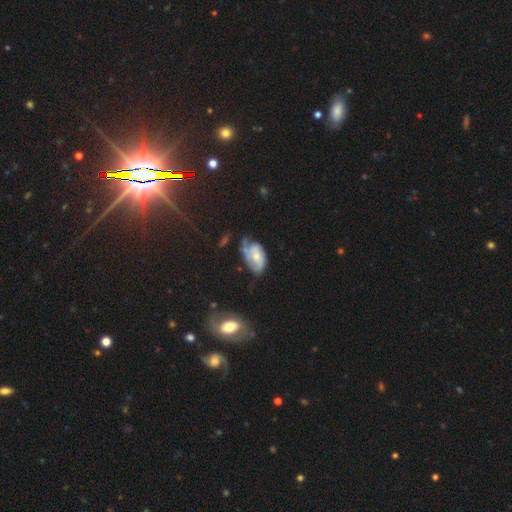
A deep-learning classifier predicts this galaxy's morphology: smooth_or_featured: featured or disk (p=0.59) [alt: smooth p=0.34]
disk_edge_on: no (p=0.96) [alt: yes p=0.04]
bar: no (p=0.68) [alt: weak p=0.26]
has_spiral_arms: yes (p=0.82) [alt: no p=0.18]
bulge_size: small (p=0.41) [alt: moderate p=0.40]
merging: none (p=0.37) [alt: minor disturbance p=0.33]